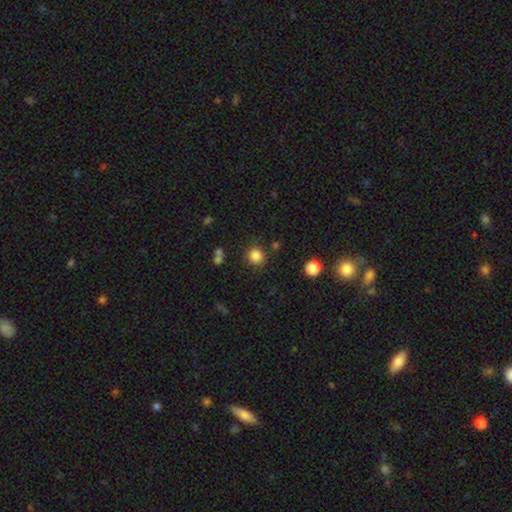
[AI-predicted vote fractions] The model was most divided on "smooth or featured": smooth: 84%, star or artifact: 11%, featured or disk: 5%. More confident: how rounded — round (89%); merging — none (83%).